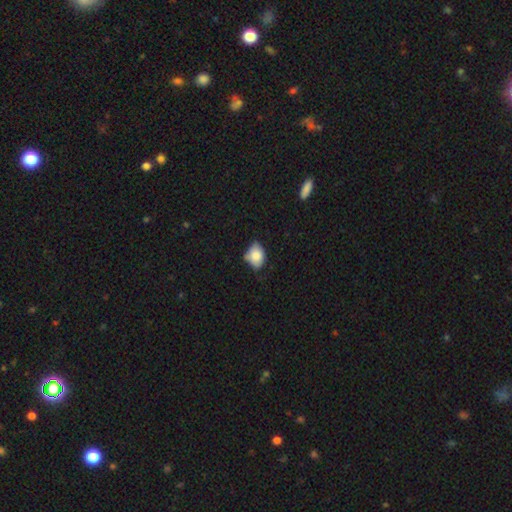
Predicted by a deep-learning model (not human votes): Q: Smooth or featured?
A: smooth (81%); runner-up: featured or disk (11%)
Q: How rounded?
A: in between (75%); runner-up: round (24%)
Q: Merging?
A: none (51%); runner-up: minor disturbance (37%)